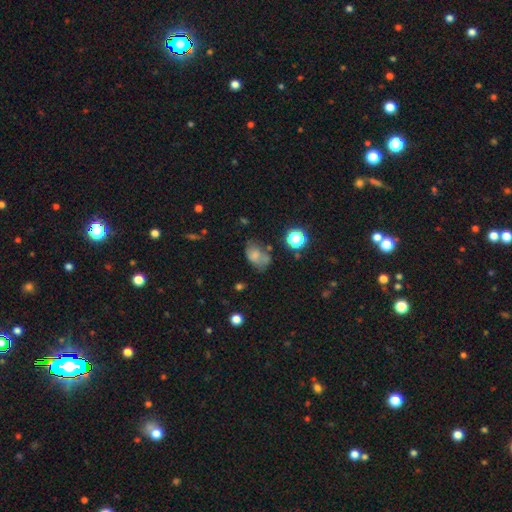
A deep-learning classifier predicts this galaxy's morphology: Q: Smooth or featured?
A: smooth (66%); runner-up: featured or disk (19%)
Q: How rounded?
A: in between (80%); runner-up: round (19%)
Q: Merging?
A: none (42%); runner-up: minor disturbance (29%)